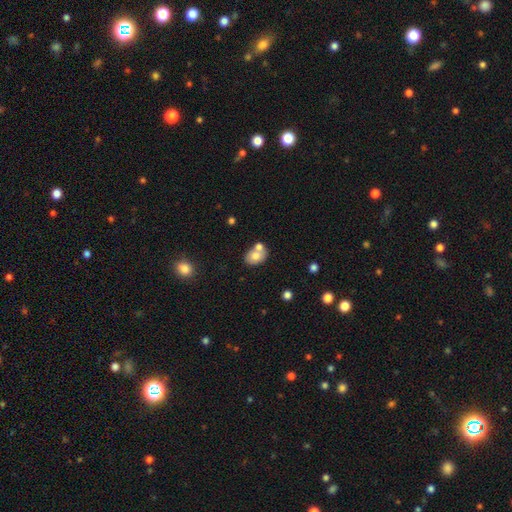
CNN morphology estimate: smooth_or_featured: smooth (p=0.71) [alt: featured or disk p=0.20]
how_rounded: in between (p=0.66) [alt: round p=0.33]
merging: none (p=0.46) [alt: merger p=0.38]